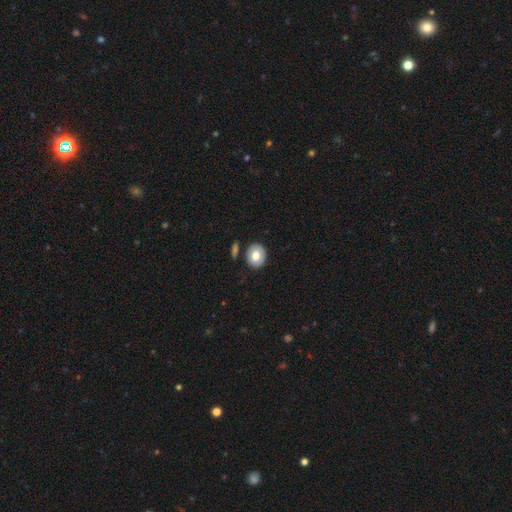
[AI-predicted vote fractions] Smooth or featured?
  - smooth: 75% *
  - featured or disk: 18%
  - star or artifact: 7%
How rounded?
  - round: 59% *
  - in between: 40%
  - cigar-shaped: 1%
Merging?
  - none: 84% *
  - minor disturbance: 9%
  - merger: 5%
  - major disturbance: 2%